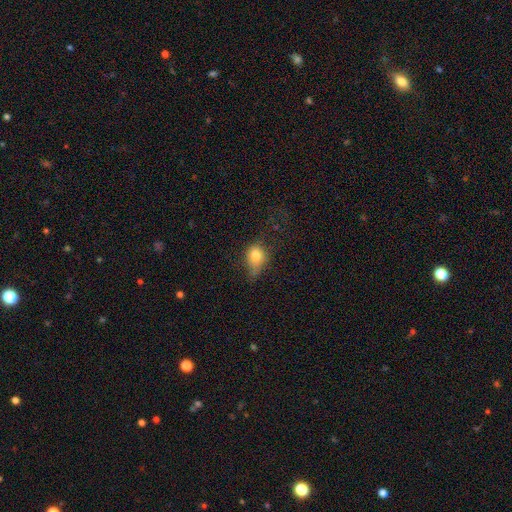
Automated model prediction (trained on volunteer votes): Smooth or featured?
  - smooth: 76% *
  - featured or disk: 13%
  - star or artifact: 11%
How rounded?
  - in between: 59% *
  - round: 38%
  - cigar-shaped: 2%
Merging?
  - minor disturbance: 37% *
  - none: 33%
  - major disturbance: 27%
  - merger: 3%